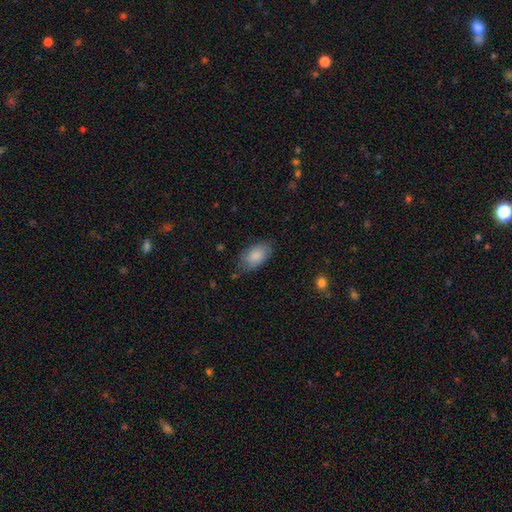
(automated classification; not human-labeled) A smooth galaxy with no disk features (87%) that is in between round and cigar-shaped (93%).

Vote fractions:
- Smooth or featured? smooth: 87% / featured or disk: 7% / star or artifact: 6%
- How rounded? in between: 93% / round: 5% / cigar-shaped: 2%
- Merging? none: 72% / minor disturbance: 21% / major disturbance: 5% / merger: 2%